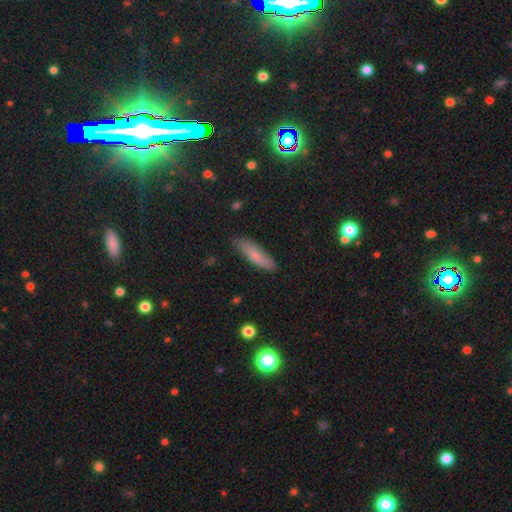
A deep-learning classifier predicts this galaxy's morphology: Q: Smooth or featured?
A: smooth (71%); runner-up: featured or disk (21%)
Q: How rounded?
A: cigar-shaped (60%); runner-up: in between (38%)
Q: Merging?
A: none (82%); runner-up: minor disturbance (14%)